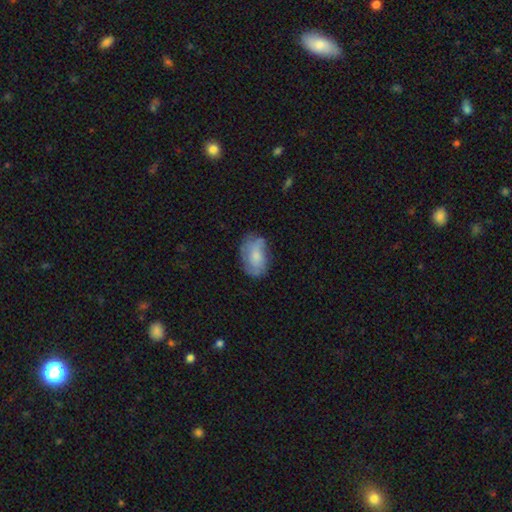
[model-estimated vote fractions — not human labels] A smooth galaxy with no disk features (59%) that is in between round and cigar-shaped (88%). Merging: none (60%).